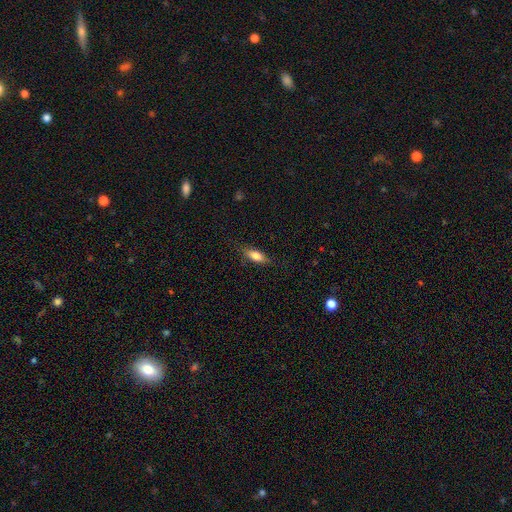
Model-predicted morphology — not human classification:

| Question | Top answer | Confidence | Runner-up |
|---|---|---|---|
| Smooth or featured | smooth | 78% | featured or disk (15%) |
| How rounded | in between | 70% | cigar-shaped (27%) |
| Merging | none | 80% | minor disturbance (15%) |